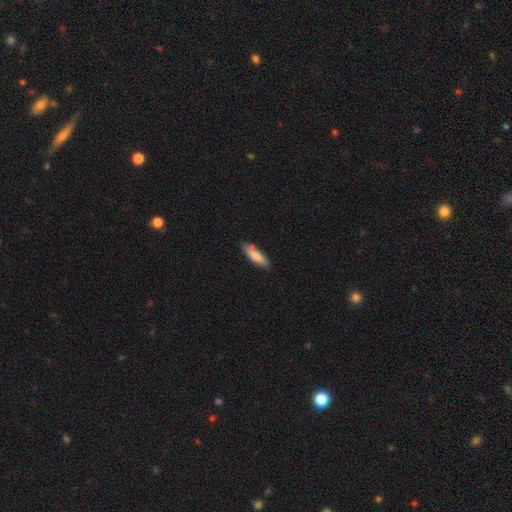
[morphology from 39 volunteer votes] This is clearly a smooth galaxy (85%). How rounded: possibly cigar-shaped (52%). Merging: likely none (79%).